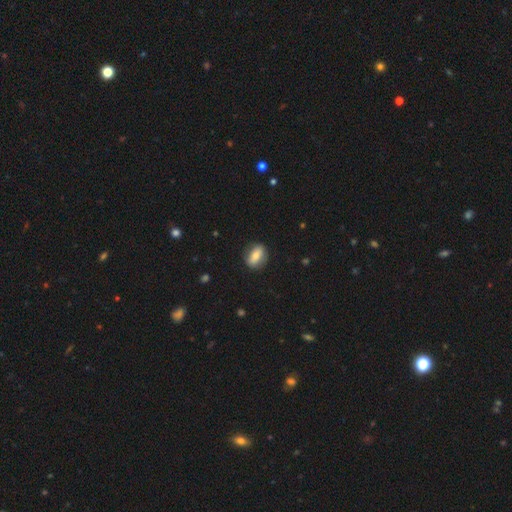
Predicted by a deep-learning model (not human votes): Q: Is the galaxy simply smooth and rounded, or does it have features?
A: smooth — 71%.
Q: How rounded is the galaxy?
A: in between — 78%.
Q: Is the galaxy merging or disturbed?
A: none — 83%.